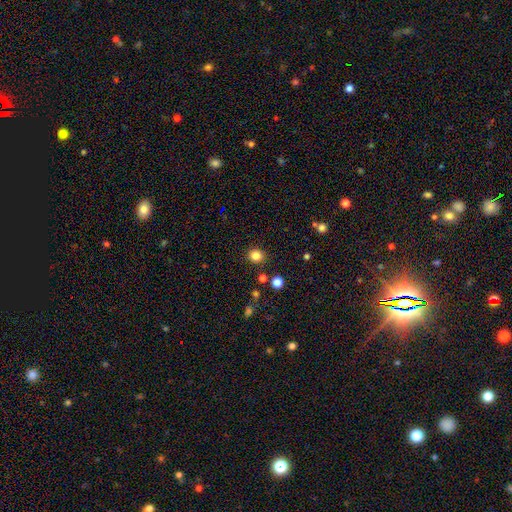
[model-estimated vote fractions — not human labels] smooth 82%, star or artifact 13%, featured or disk 5%. Down the decision tree: how rounded — round (85%); merging — none (88%).